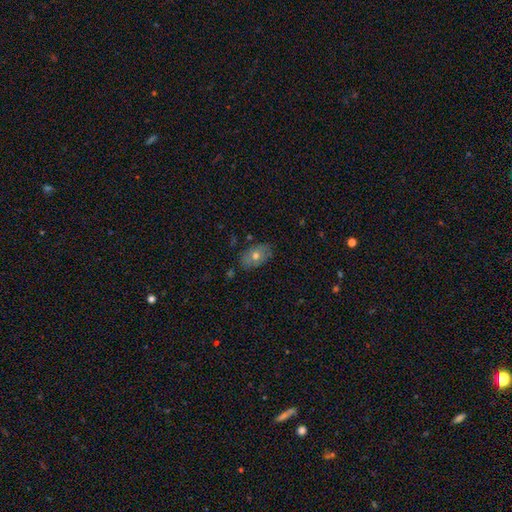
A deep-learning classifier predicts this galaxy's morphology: This is likely a smooth galaxy (63%). How rounded: clearly in between (88%). Merging: likely none (80%).